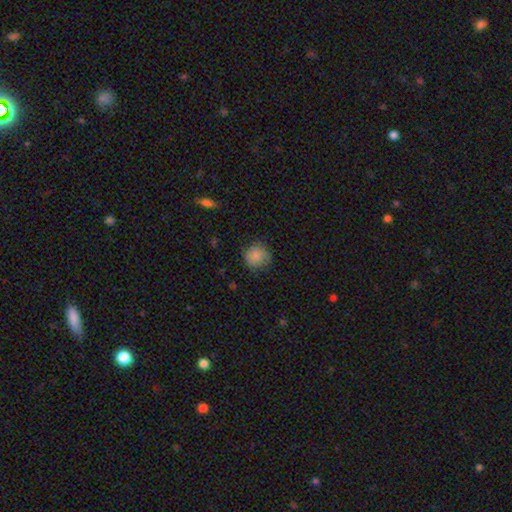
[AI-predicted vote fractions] Overall: smooth (85%). How rounded: round (90%). Merging: none (79%).